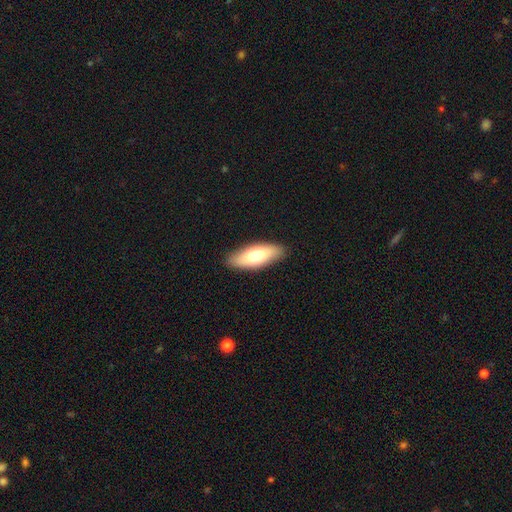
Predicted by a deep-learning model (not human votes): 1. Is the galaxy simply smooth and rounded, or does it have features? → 72% smooth, 23% featured or disk, 6% star or artifact.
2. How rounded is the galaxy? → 68% in between, 30% cigar-shaped, 2% round.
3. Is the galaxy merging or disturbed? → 88% none, 9% minor disturbance, 2% major disturbance, 1% merger.